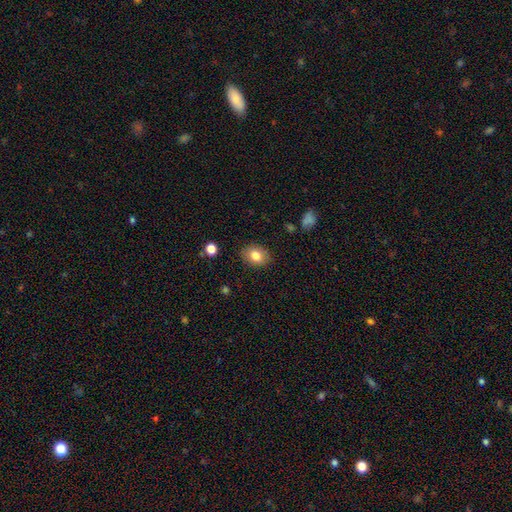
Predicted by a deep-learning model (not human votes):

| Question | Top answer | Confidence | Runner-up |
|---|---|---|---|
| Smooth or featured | smooth | 81% | featured or disk (10%) |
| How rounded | in between | 66% | round (33%) |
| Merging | none | 86% | minor disturbance (11%) |